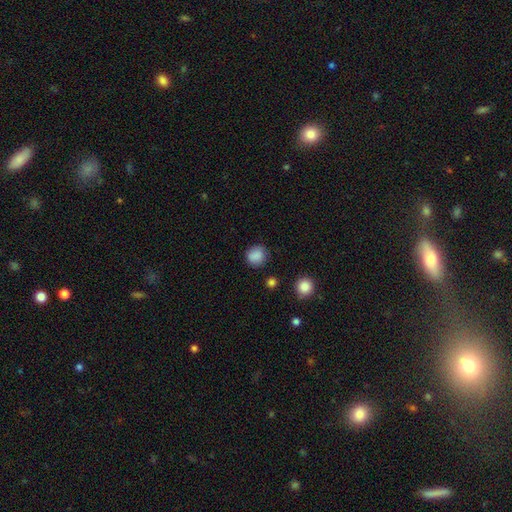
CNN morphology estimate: The model was most divided on "how rounded": round: 86%, in between: 13%, cigar-shaped: 1%. More confident: smooth or featured — smooth (87%); merging — none (84%).